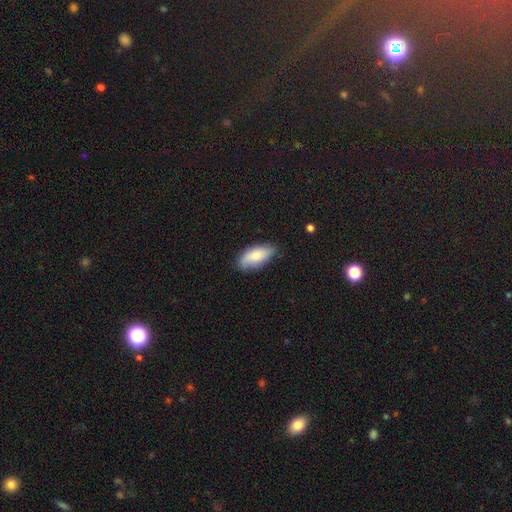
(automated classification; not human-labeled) A smooth galaxy with no disk features (75%) that is in between round and cigar-shaped (87%). Merging: none (74%).